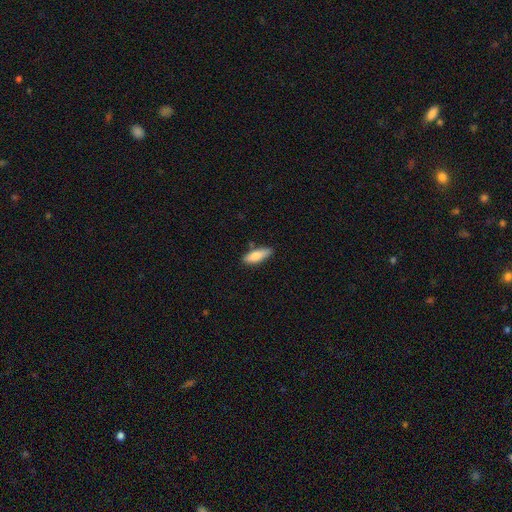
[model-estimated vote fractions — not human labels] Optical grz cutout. It shows a smooth galaxy with no disk features (79%) that is in between round and cigar-shaped (59%). Merging: none (79%).